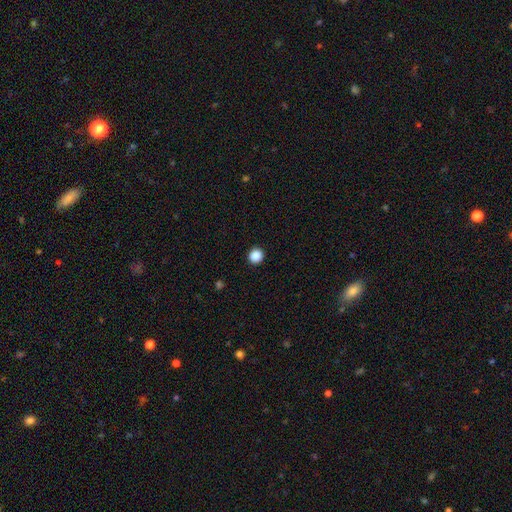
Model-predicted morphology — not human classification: A smooth galaxy with no disk features (87%) that is round (93%).

Vote fractions:
- Smooth or featured? smooth: 87% / star or artifact: 10% / featured or disk: 3%
- How rounded? round: 93% / in between: 6% / cigar-shaped: 1%
- Merging? none: 93% / minor disturbance: 4% / major disturbance: 2% / merger: 1%